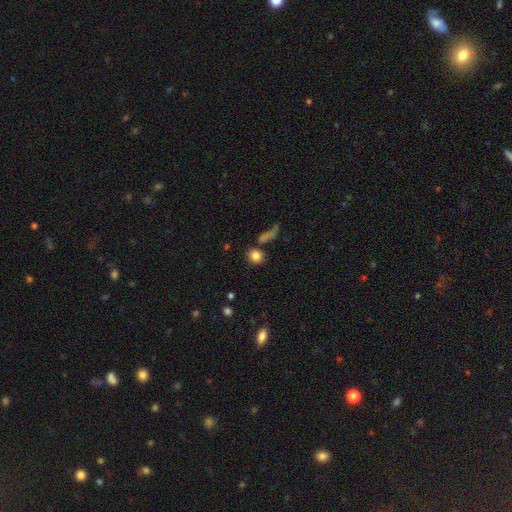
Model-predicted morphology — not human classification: The model was most divided on "how rounded": round: 79%, in between: 19%, cigar-shaped: 2%. More confident: smooth or featured — smooth (82%); merging — none (75%).